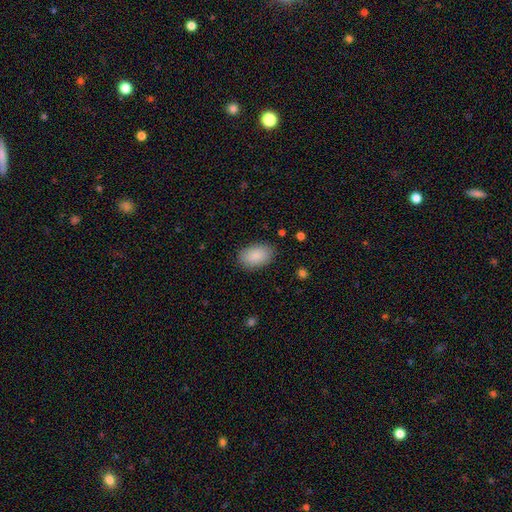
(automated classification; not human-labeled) The model was most divided on "merging": none: 86%, minor disturbance: 10%, major disturbance: 3%, merger: 1%. More confident: how rounded — in between (92%); smooth or featured — smooth (88%).